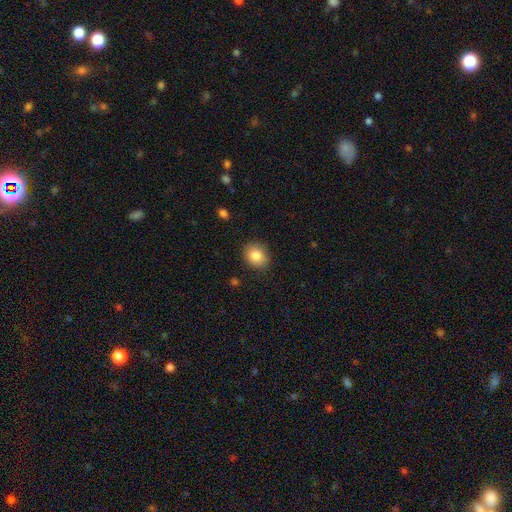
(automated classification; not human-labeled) smooth-or-featured: smooth: 84% | star or artifact: 9% | featured or disk: 7%
  how-rounded: round: 60% | in between: 39% | cigar-shaped: 1%
  merging: none: 86% | minor disturbance: 10% | major disturbance: 3% | merger: 1%